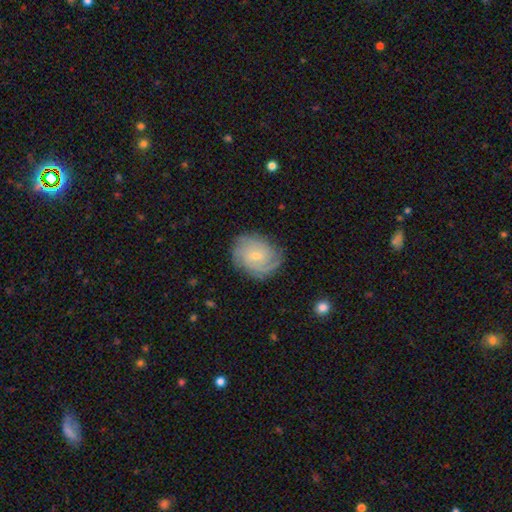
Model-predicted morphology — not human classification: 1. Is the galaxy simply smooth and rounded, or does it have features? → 74% featured or disk, 20% smooth, 7% star or artifact.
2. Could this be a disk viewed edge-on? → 97% no, 3% yes.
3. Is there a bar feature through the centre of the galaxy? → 55% no, 40% weak, 5% strong.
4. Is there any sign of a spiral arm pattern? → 94% yes, 6% no.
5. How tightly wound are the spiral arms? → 59% tight, 32% medium, 10% loose.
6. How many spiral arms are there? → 34% can't tell, 24% 3, 20% 2, 11% 4, 6% 1, 6% more than 4.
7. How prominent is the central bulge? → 67% small, 29% moderate, 2% none, 1% large, 1% dominant.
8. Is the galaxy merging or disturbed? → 78% none, 16% minor disturbance, 5% major disturbance, 1% merger.